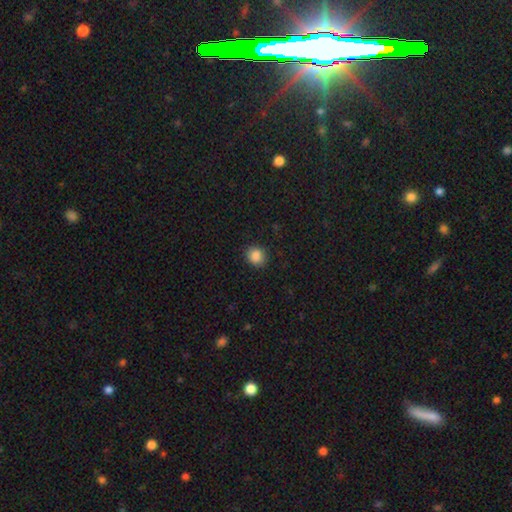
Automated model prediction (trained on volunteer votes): Smooth or featured?
  - smooth: 87% *
  - star or artifact: 10%
  - featured or disk: 3%
How rounded?
  - round: 77% *
  - in between: 22%
  - cigar-shaped: 1%
Merging?
  - none: 88% *
  - minor disturbance: 9%
  - major disturbance: 2%
  - merger: 1%